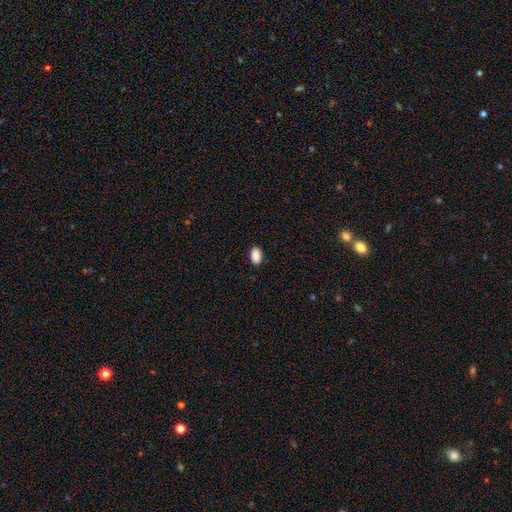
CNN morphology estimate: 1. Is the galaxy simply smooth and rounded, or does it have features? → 90% smooth, 7% star or artifact, 2% featured or disk.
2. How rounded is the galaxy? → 91% in between, 7% round, 1% cigar-shaped.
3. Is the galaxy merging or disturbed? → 89% none, 8% minor disturbance, 2% major disturbance, 1% merger.